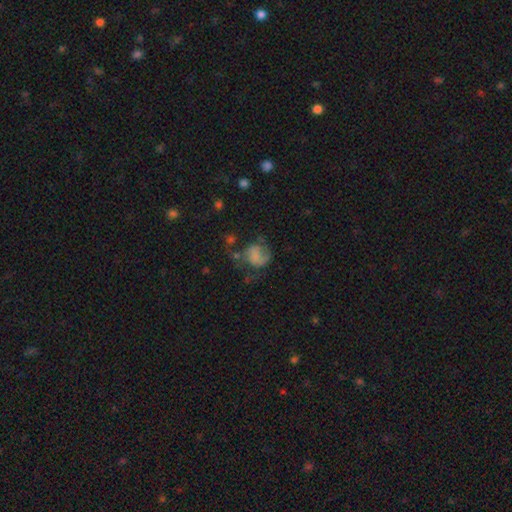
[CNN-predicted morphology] This appears to be a smooth galaxy with no disk features (54%) that is round (63%). Merging: major disturbance (36%).